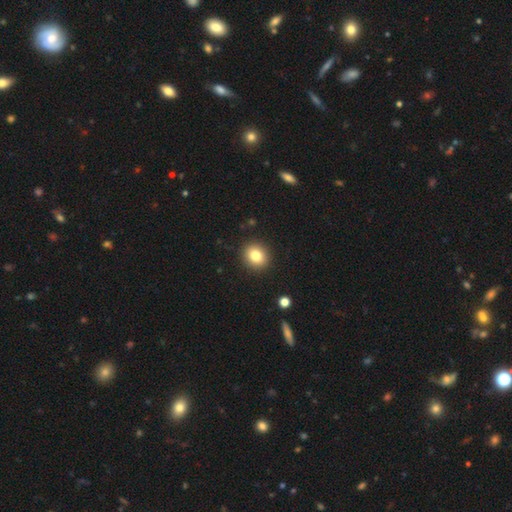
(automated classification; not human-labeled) A smooth galaxy with no disk features (82%) that is round (75%). Merging: none (91%).